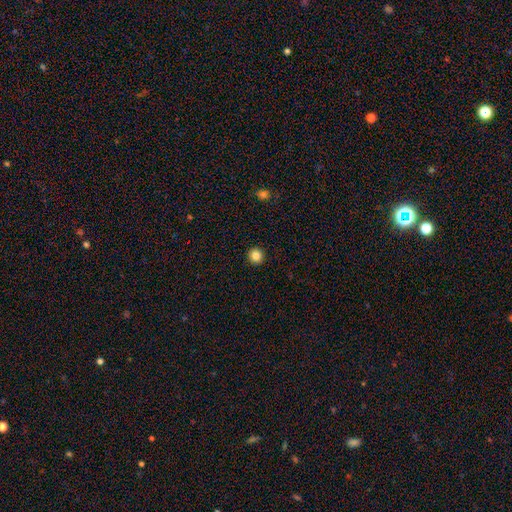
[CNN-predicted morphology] This is clearly a smooth galaxy (85%). How rounded: clearly round (94%). Merging: clearly none (93%).